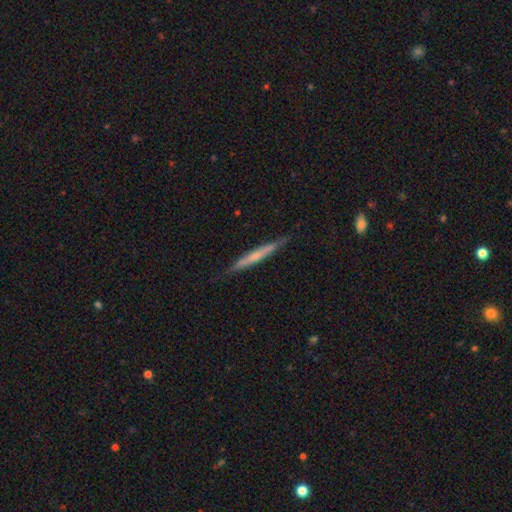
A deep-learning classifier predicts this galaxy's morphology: smooth-or-featured: featured or disk: 54% | smooth: 40% | star or artifact: 6%
  disk-edge-on: yes: 96% | no: 4%
    edge-on-bulge: none: 62% | rounded: 31% | boxy: 8%
  merging: none: 86% | minor disturbance: 11% | major disturbance: 2% | merger: 1%